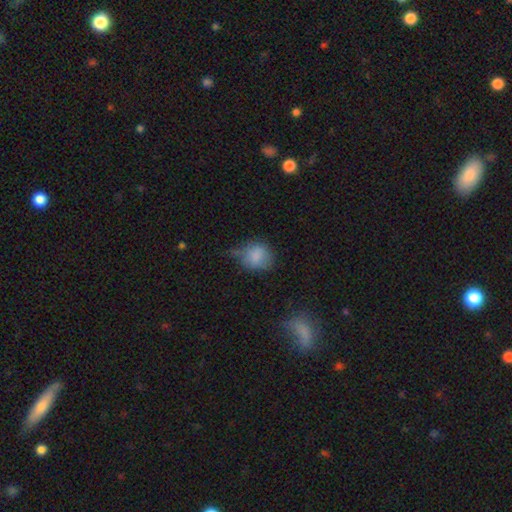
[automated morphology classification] This appears to be a smooth galaxy with no disk features (79%) that is round (65%). Merging: none (43%).